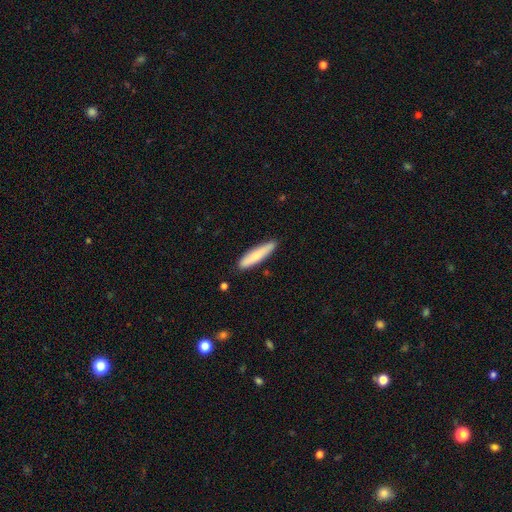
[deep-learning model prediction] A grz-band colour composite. It shows a smooth galaxy with no disk features (77%) that is cigar-shaped (85%). Merging: none (87%).